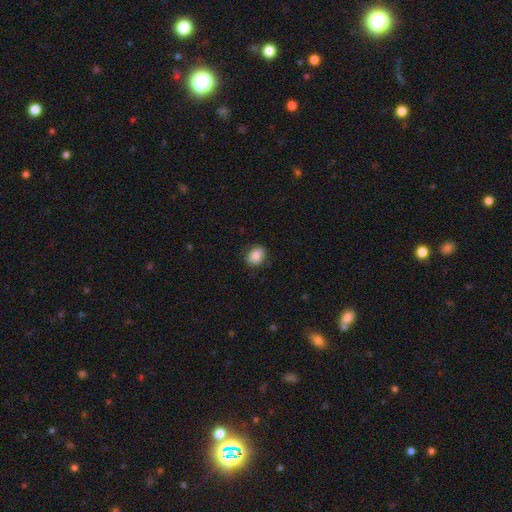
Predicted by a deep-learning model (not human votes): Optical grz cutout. It shows a smooth galaxy with no disk features (86%) that is in between round and cigar-shaped (58%). Merging: none (83%).